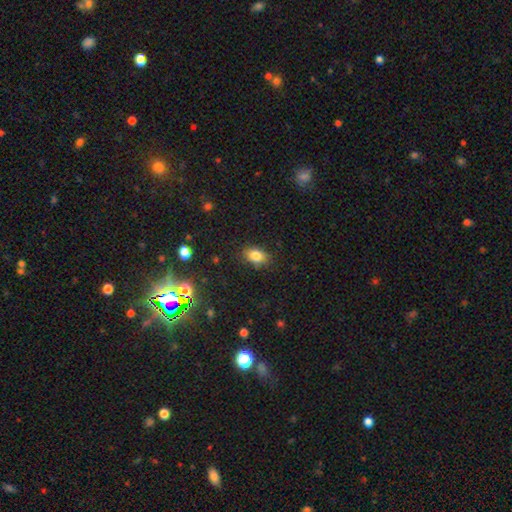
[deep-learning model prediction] A smooth galaxy with no disk features (82%) that is in between round and cigar-shaped (84%). Merging: none (83%).